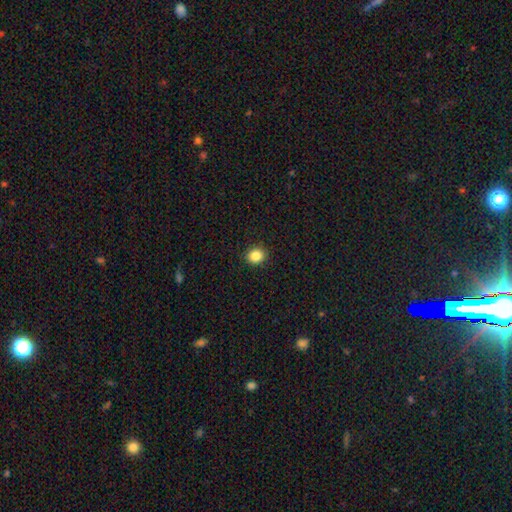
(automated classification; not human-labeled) This appears to be a smooth galaxy with no disk features (85%) that is round (78%). Merging: none (92%).